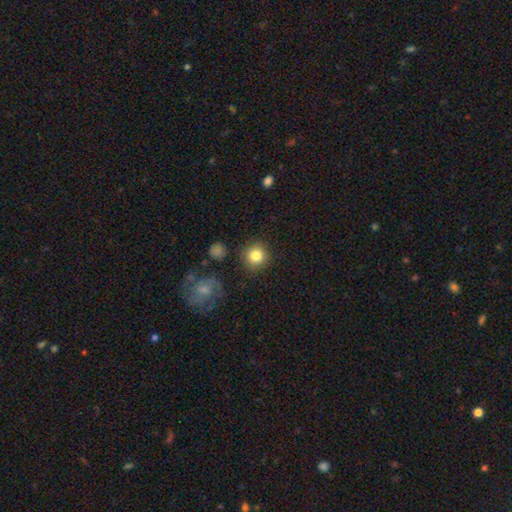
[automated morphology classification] A smooth galaxy with no disk features (83%) that is round (93%). Merging: none (88%).